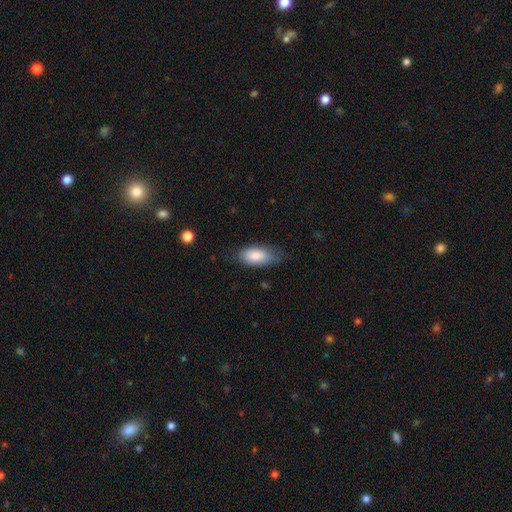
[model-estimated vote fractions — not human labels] smooth-or-featured: smooth: 84% | featured or disk: 10% | star or artifact: 6%
  how-rounded: in between: 89% | cigar-shaped: 9% | round: 3%
  merging: none: 67% | minor disturbance: 26% | major disturbance: 6% | merger: 1%